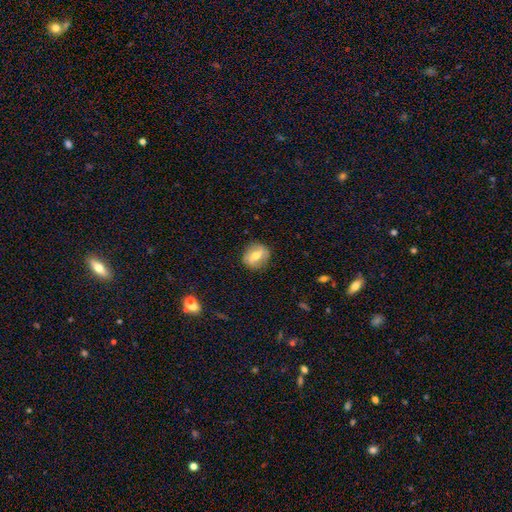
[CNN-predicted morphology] Smooth or featured? Predicted: featured or disk (p=0.49). Merging? Predicted: none (p=0.84).